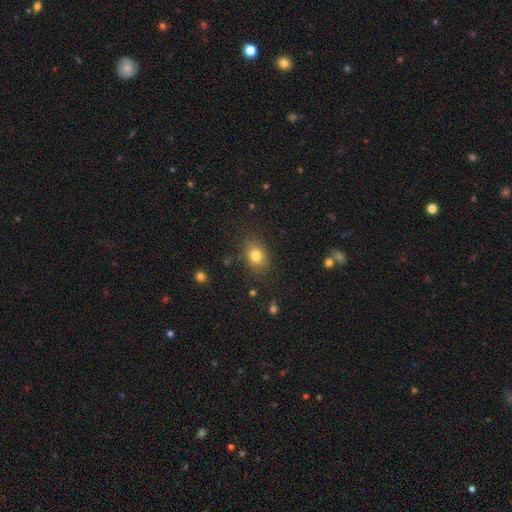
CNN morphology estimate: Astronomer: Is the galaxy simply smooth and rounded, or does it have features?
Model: smooth — 80%.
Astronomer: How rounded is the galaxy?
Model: in between — 58% (runner-up: round, 41%).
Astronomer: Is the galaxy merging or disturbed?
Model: none — 81%.